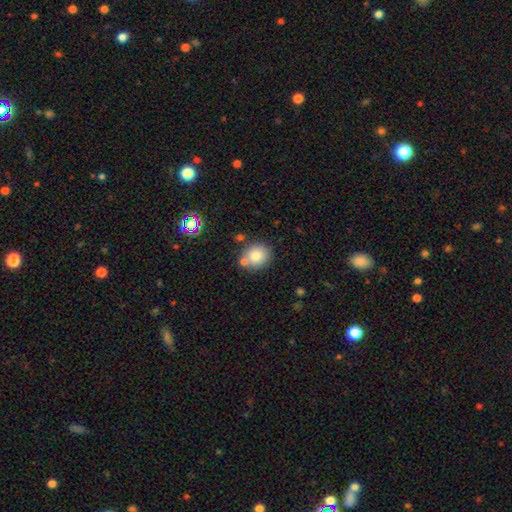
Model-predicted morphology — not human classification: Smooth or featured?
  - smooth: 79% *
  - star or artifact: 11%
  - featured or disk: 9%
How rounded?
  - round: 78% *
  - in between: 21%
  - cigar-shaped: 1%
Merging?
  - none: 72% *
  - merger: 14%
  - minor disturbance: 11%
  - major disturbance: 3%